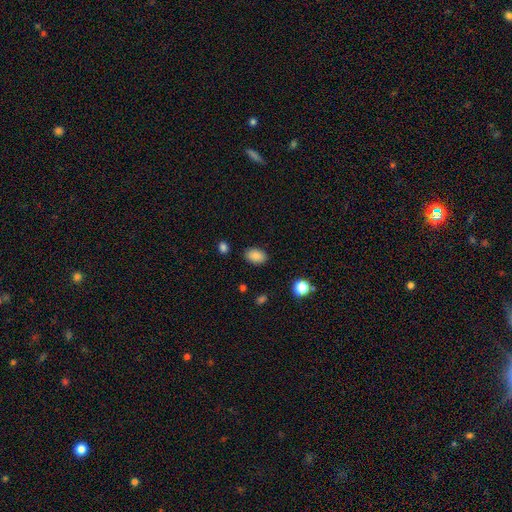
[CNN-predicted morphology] Q: Smooth or featured?
A: smooth (87%); runner-up: star or artifact (9%)
Q: How rounded?
A: in between (88%); runner-up: round (11%)
Q: Merging?
A: none (87%); runner-up: minor disturbance (9%)